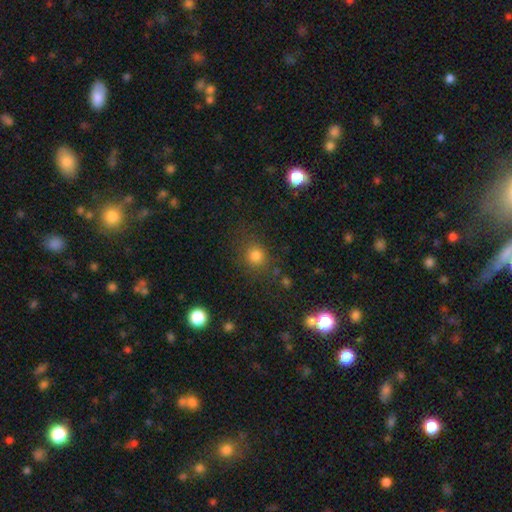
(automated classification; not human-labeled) This appears to be a smooth galaxy with no disk features (79%) that is round (82%). Merging: none (77%).